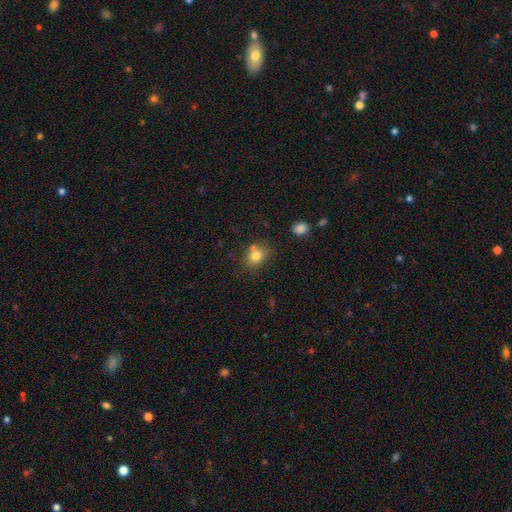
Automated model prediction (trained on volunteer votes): A smooth galaxy with no disk features (78%) that is round (59%). Merging: none (66%).